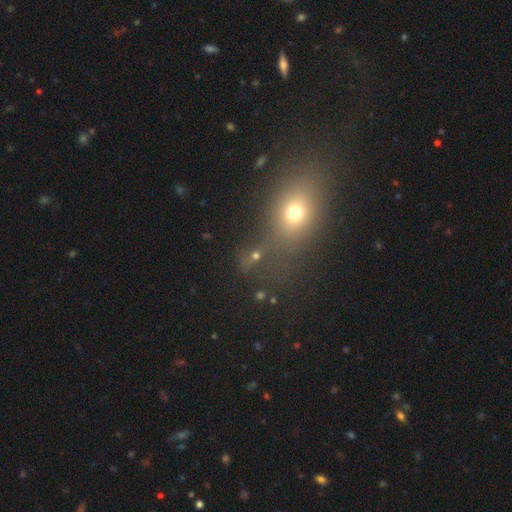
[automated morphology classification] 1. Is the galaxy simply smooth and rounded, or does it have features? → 55% smooth, 31% star or artifact, 14% featured or disk.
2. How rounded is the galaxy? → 57% in between, 37% round, 7% cigar-shaped.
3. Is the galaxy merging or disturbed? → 74% none, 12% minor disturbance, 8% merger, 6% major disturbance.